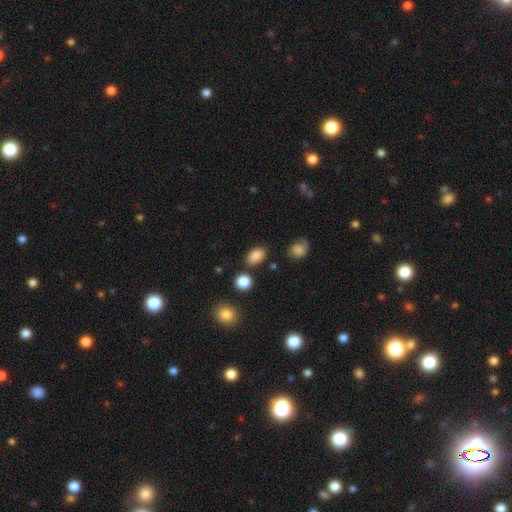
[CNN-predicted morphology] A smooth galaxy with no disk features (85%) that is in between round and cigar-shaped (85%).

Vote fractions:
- Smooth or featured? smooth: 85% / star or artifact: 10% / featured or disk: 5%
- How rounded? in between: 85% / round: 13% / cigar-shaped: 2%
- Merging? none: 80% / minor disturbance: 12% / merger: 4% / major disturbance: 4%